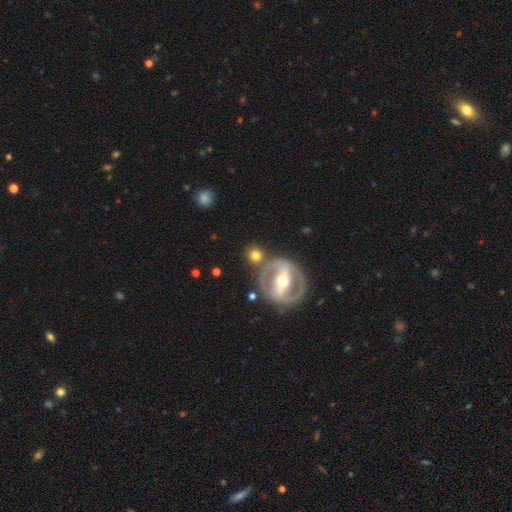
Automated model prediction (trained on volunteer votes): This appears to be a smooth galaxy with no disk features (54%) that is round (89%). Merging: none (73%).